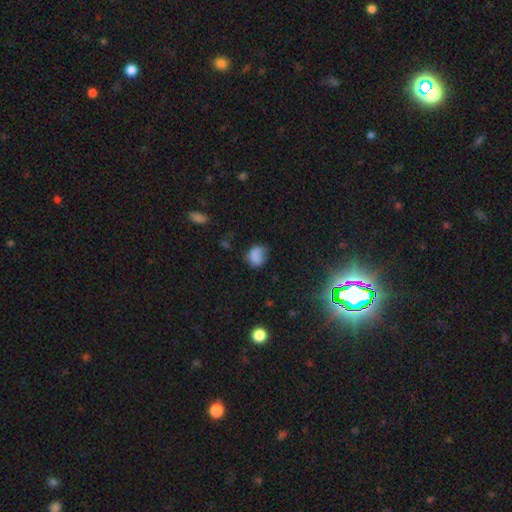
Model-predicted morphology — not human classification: A smooth galaxy with no disk features (79%) that is round (52%). Merging: none (57%).